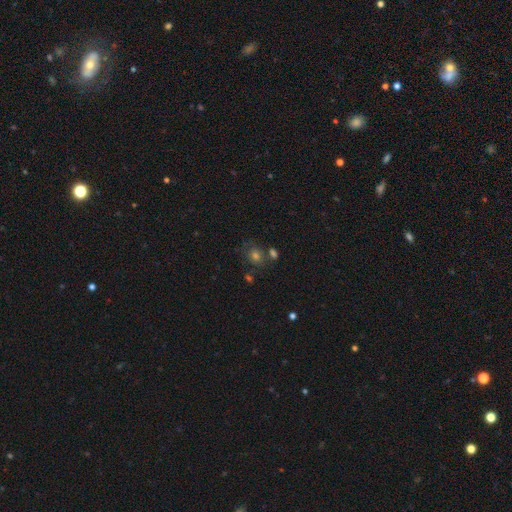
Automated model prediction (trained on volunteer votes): smooth_or_featured: smooth (p=0.53) [alt: star or artifact p=0.30]
how_rounded: round (p=0.74) [alt: in between p=0.25]
merging: none (p=0.67) [alt: merger p=0.14]